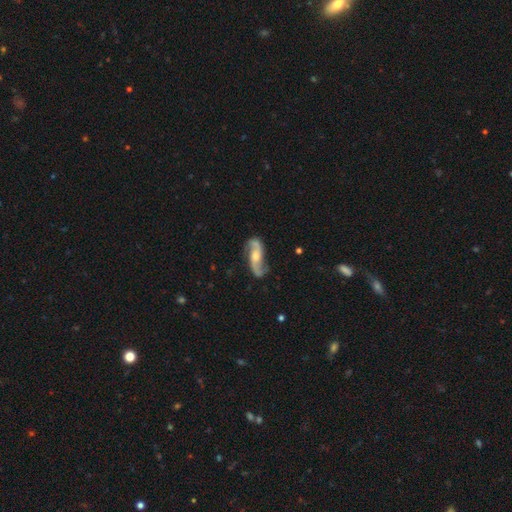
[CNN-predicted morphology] The model was most divided on "bar": no: 51%, weak: 35%, strong: 14%. More confident: spiral arms — yes (96%); edge-on disk — no (94%); spiral arm count — 2 (93%); smooth or featured — featured or disk (86%); merging — none (75%); spiral winding — loose (61%); bulge size — moderate (53%).